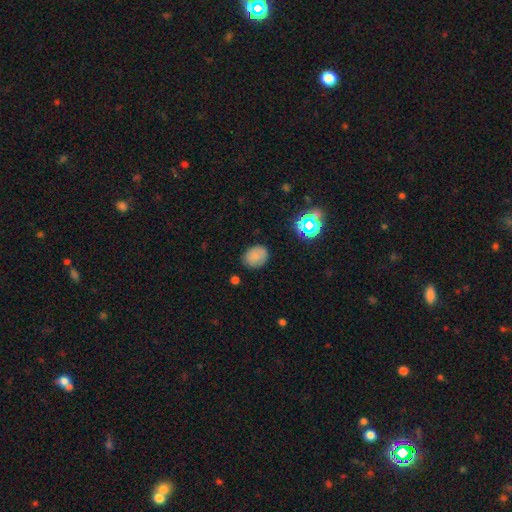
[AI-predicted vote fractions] Overall: smooth (78%). How rounded: round (51%; in between 48%). Merging: none (82%).